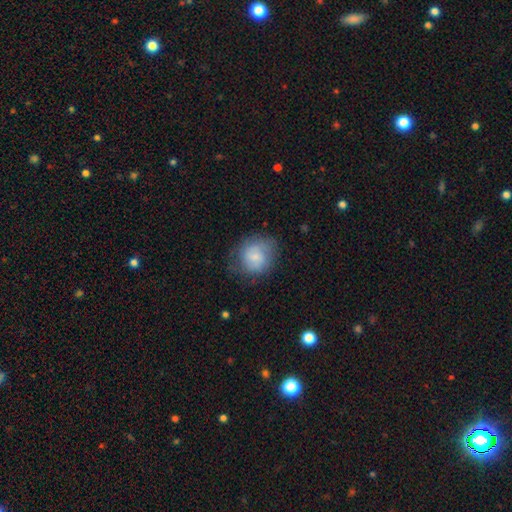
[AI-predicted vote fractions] Q: Smooth or featured?
A: smooth (69%); runner-up: featured or disk (23%)
Q: How rounded?
A: round (80%); runner-up: in between (19%)
Q: Merging?
A: none (67%); runner-up: minor disturbance (22%)